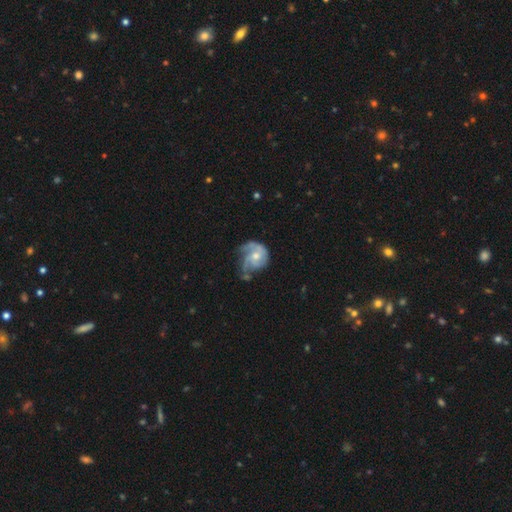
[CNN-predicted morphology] A featured or disk galaxy (78%) with no bar (73%), 3 (37%) medium (41%, tied with tight) spiral arms (91%) and a moderate central bulge (57%). Merging: none (40%).